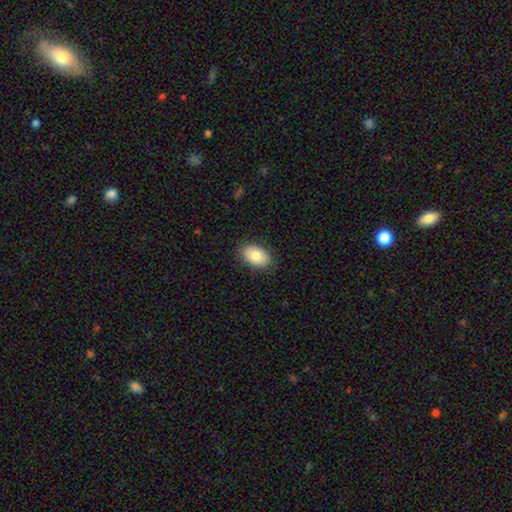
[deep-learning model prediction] The model was most divided on "smooth or featured": smooth: 83%, featured or disk: 11%, star or artifact: 7%. More confident: how rounded — in between (91%); merging — none (86%).